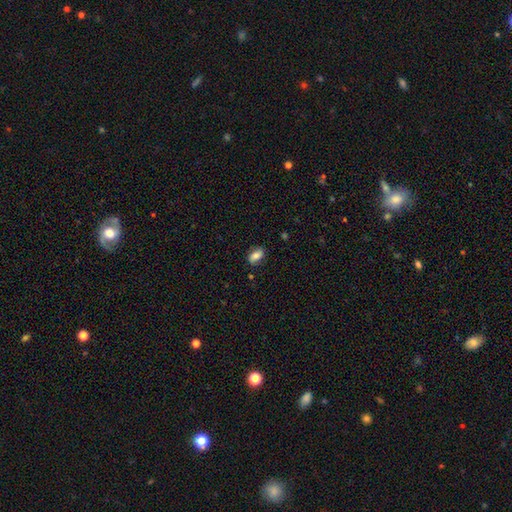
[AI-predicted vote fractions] Smooth or featured: smooth — 68% (featured or disk — 24%)
How rounded: in between — 87% (round — 8%)
Merging: none — 78% (minor disturbance — 16%)